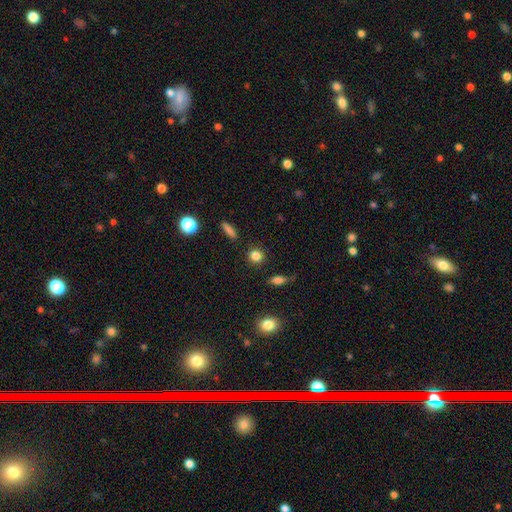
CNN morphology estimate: type=smooth (84%); roundness=round (83%); merging=none (88%).